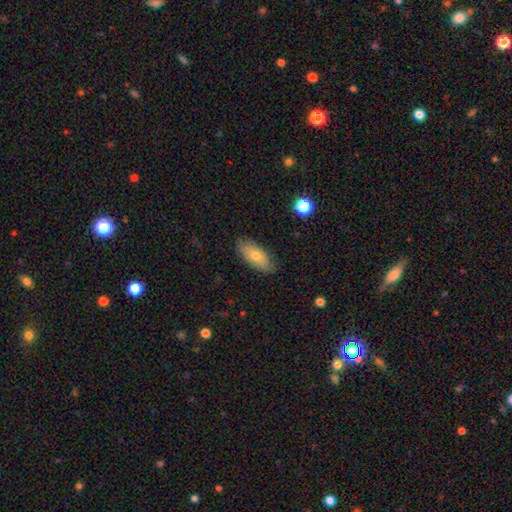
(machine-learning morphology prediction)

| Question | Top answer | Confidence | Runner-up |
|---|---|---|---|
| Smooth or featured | smooth | 67% | featured or disk (25%) |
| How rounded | in between | 85% | cigar-shaped (11%) |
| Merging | none | 82% | minor disturbance (15%) |